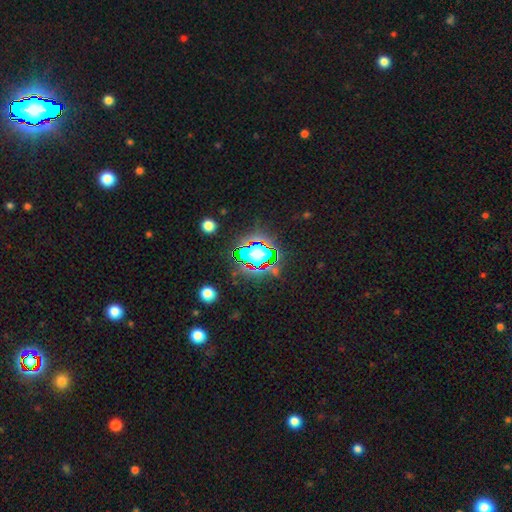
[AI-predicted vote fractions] star or artifact 64%, smooth 22%, featured or disk 14%.